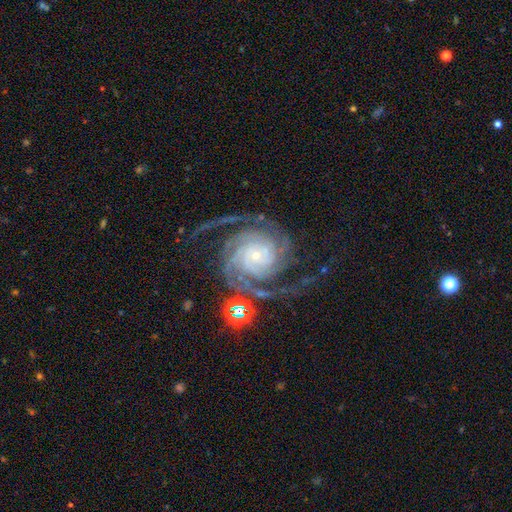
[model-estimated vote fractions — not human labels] A featured or disk galaxy (92%) with no bar (70%), 2 (29%) tight (60%) spiral arms (99%) and a small central bulge (80%). Merging: none (66%).